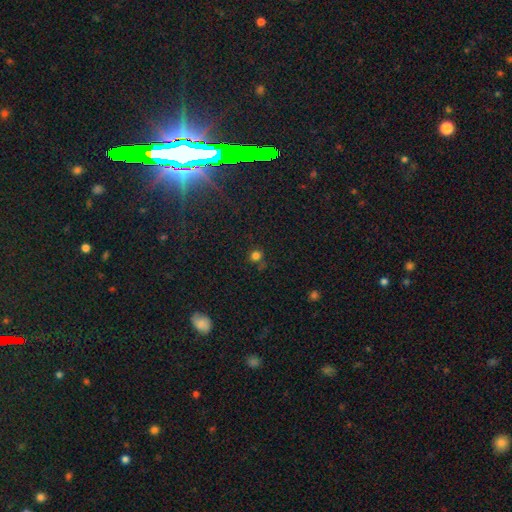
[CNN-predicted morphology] This is likely a smooth galaxy (74%). How rounded: clearly round (87%). Merging: likely none (75%).